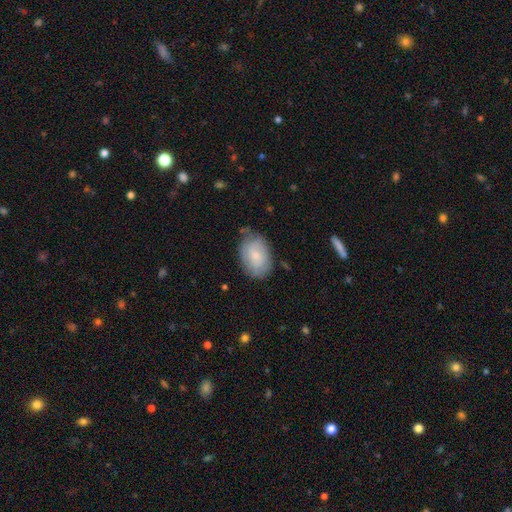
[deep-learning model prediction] Smooth or featured?
  - smooth: 64% *
  - featured or disk: 29%
  - star or artifact: 7%
How rounded?
  - in between: 85% *
  - round: 13%
  - cigar-shaped: 1%
Merging?
  - none: 69% *
  - minor disturbance: 24%
  - major disturbance: 6%
  - merger: 2%